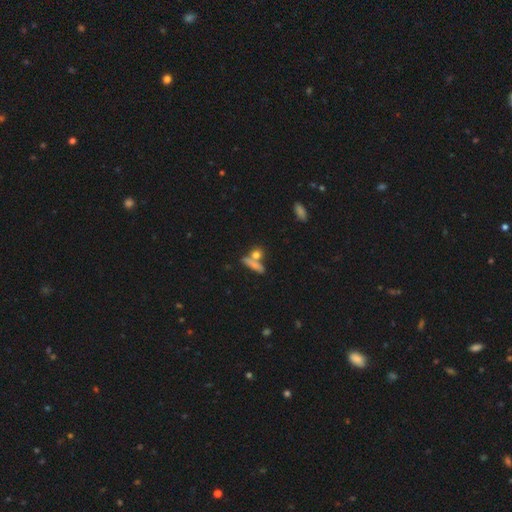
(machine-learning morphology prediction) smooth_or_featured: smooth (p=0.70) [alt: featured or disk p=0.18]
how_rounded: round (p=0.35) [alt: cigar-shaped p=0.34]
merging: none (p=0.51) [alt: merger p=0.34]